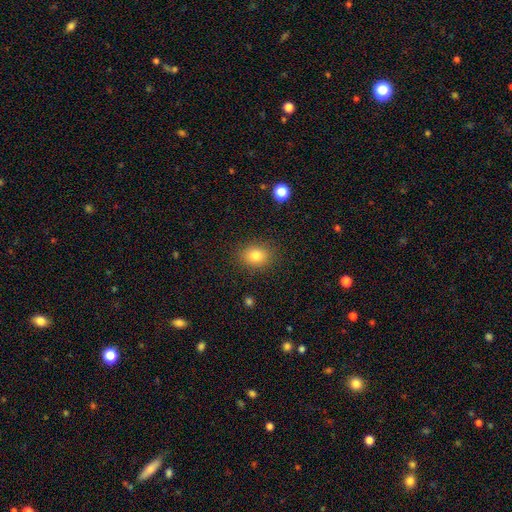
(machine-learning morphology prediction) Smooth or featured? smooth (82%)
How rounded? round (50%)
Merging? none (86%)